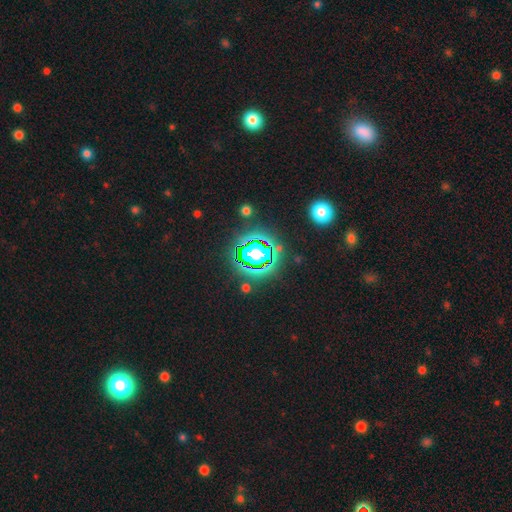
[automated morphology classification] The model was most divided on "smooth or featured": star or artifact: 64%, smooth: 22%, featured or disk: 14%.